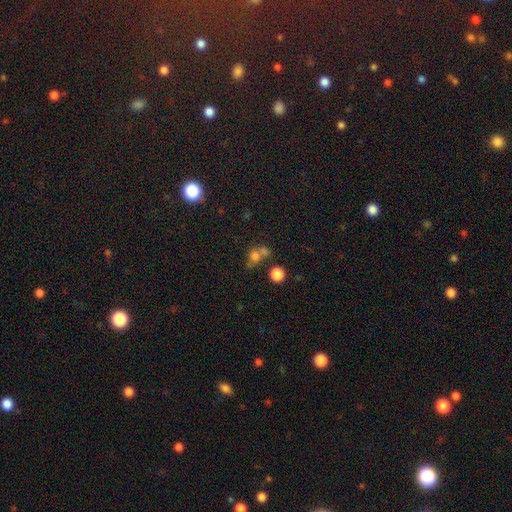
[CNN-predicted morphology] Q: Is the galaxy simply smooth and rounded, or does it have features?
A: smooth — 68%.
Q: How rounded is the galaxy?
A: round — 70%.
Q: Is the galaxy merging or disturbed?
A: merger — 43%.